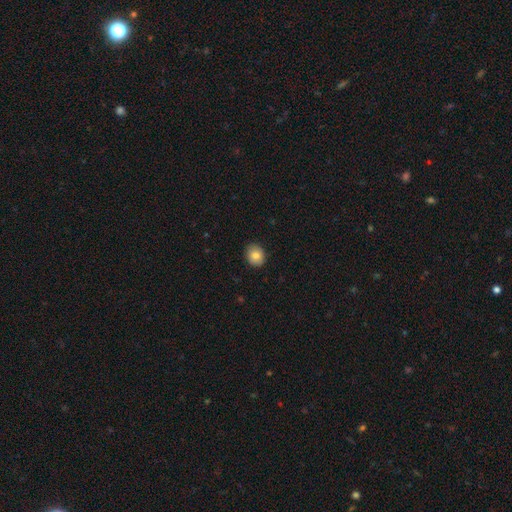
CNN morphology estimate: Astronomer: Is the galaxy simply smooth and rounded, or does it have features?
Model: smooth — 82%.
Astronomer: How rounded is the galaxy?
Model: round — 59% (runner-up: in between, 40%).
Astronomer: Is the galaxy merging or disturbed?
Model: none — 88%.